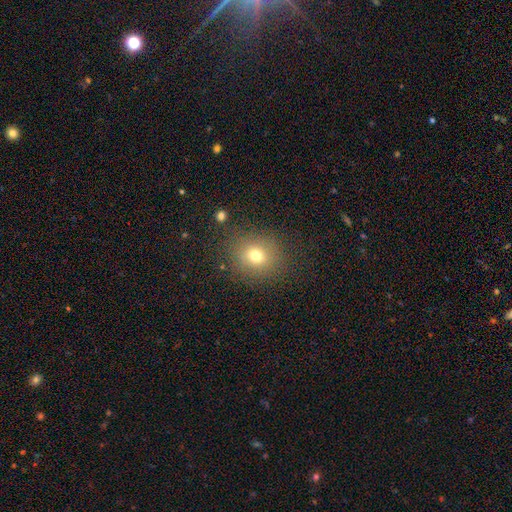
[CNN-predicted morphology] A smooth galaxy with no disk features (72%) that is round (80%). Merging: none (85%).